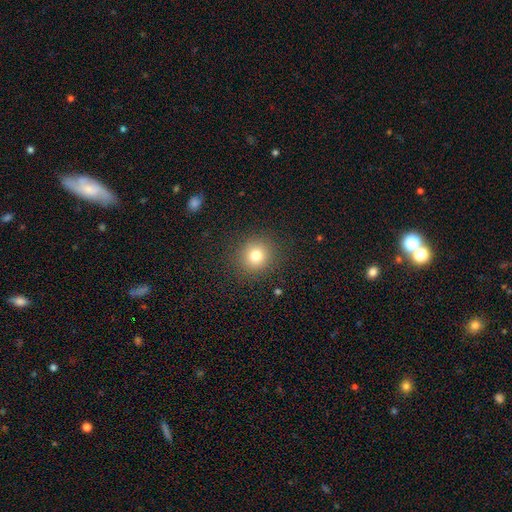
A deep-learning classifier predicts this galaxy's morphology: Overall: smooth (78%). How rounded: round (91%). Merging: none (90%).